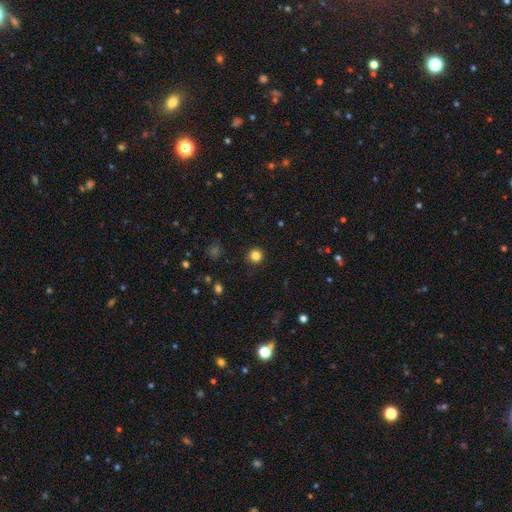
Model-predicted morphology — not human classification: smooth-or-featured: smooth: 83% | star or artifact: 13% | featured or disk: 4%
  how-rounded: round: 95% | in between: 4% | cigar-shaped: 1%
  merging: none: 91% | minor disturbance: 6% | major disturbance: 2% | merger: 1%